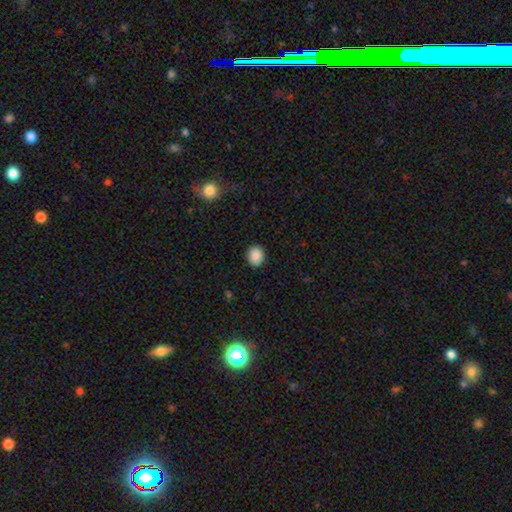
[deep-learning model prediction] Smooth or featured?
  - smooth: 89% *
  - star or artifact: 8%
  - featured or disk: 3%
How rounded?
  - round: 62% *
  - in between: 37%
  - cigar-shaped: 1%
Merging?
  - none: 89% *
  - minor disturbance: 8%
  - major disturbance: 2%
  - merger: 1%